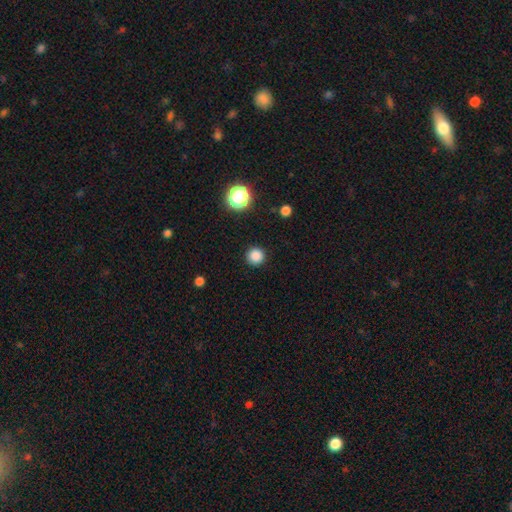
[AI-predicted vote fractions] Morphology: type=smooth (85%); roundness=round (95%); merging=none (92%).